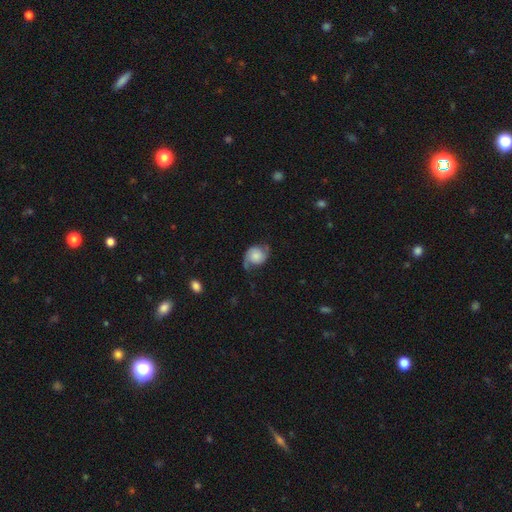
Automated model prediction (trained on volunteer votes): Smooth or featured?
  - featured or disk: 65% *
  - smooth: 27%
  - star or artifact: 8%
Edge-on disk?
  - no: 97% *
  - yes: 3%
Bar?
  - no: 75% *
  - weak: 21%
  - strong: 4%
Spiral arms?
  - yes: 93% *
  - no: 7%
Spiral winding?
  - loose: 44% *
  - medium: 37%
  - tight: 19%
Spiral arm count?
  - 2: 81% *
  - 1: 12%
  - can't tell: 4%
  - 3: 1%
  - 4: 1%
  - more than 4: 1%
Bulge size?
  - small: 31% *
  - moderate: 23%
  - none: 22%
  - large: 17%
  - dominant: 8%
Merging?
  - none: 56% *
  - minor disturbance: 26%
  - major disturbance: 16%
  - merger: 2%